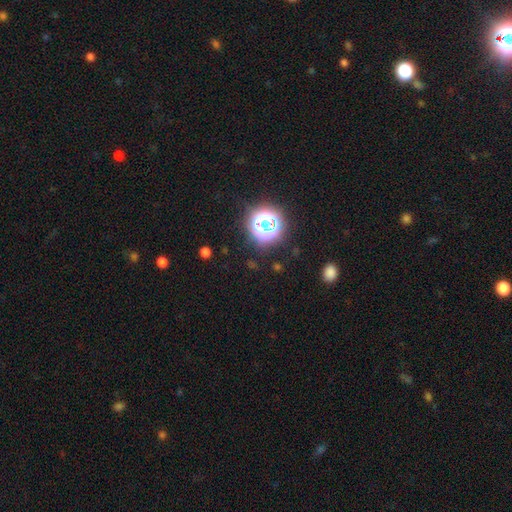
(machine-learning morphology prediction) Smooth or featured? star or artifact (80%)